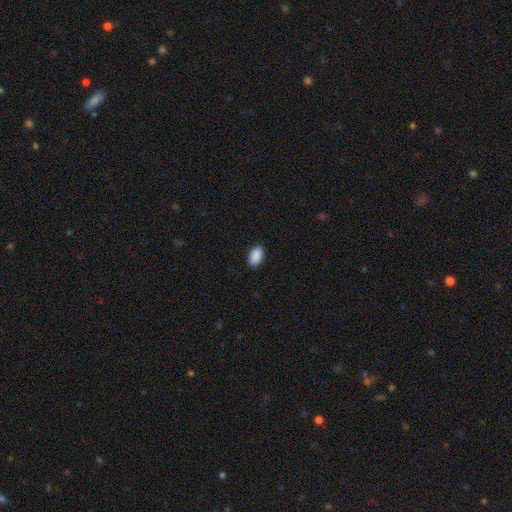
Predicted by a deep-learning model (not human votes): smooth_or_featured: smooth (p=0.91) [alt: star or artifact p=0.07]
how_rounded: in between (p=0.94) [alt: round p=0.04]
merging: none (p=0.90) [alt: minor disturbance p=0.08]